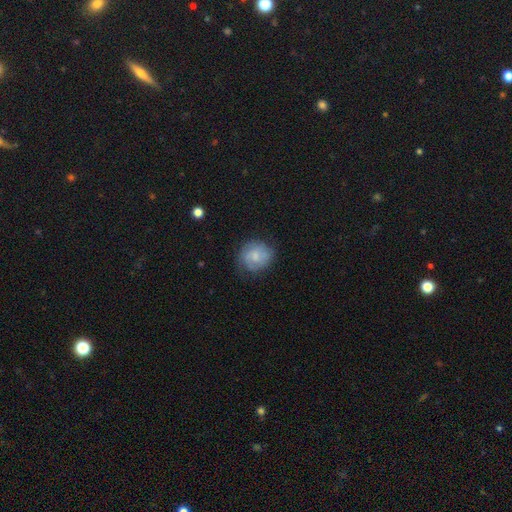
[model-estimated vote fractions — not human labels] Smooth or featured? Predicted: smooth (p=0.57). How rounded? Predicted: round (p=0.78). Merging? Predicted: none (p=0.70).